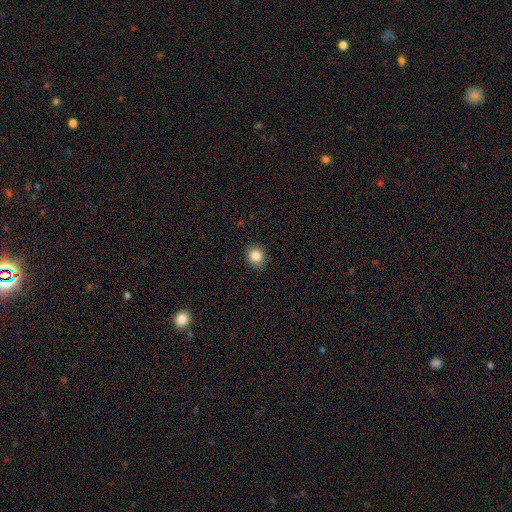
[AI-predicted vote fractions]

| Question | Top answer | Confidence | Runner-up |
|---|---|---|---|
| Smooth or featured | smooth | 84% | star or artifact (9%) |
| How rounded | round | 68% | in between (31%) |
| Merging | none | 88% | minor disturbance (9%) |